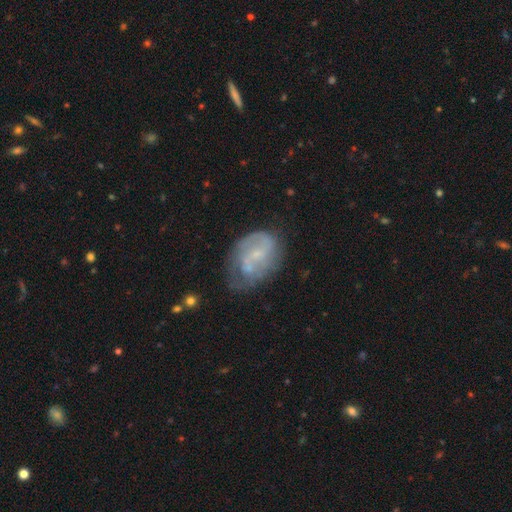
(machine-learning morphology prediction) type=featured or disk (71%); edge-on=no (97%); bar=no (48%); spiral arms=yes (80%); winding=medium (45%); arm count=2 (63%); bulge=small (66%); merging=none (51%).